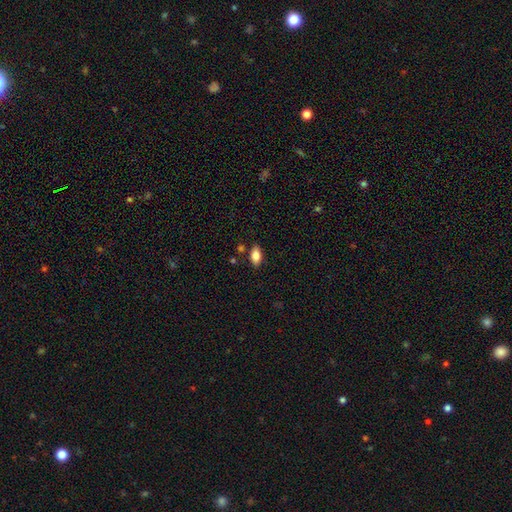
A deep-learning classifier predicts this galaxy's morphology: This appears to be a smooth galaxy with no disk features (84%) that is in between round and cigar-shaped (91%). Merging: none (83%).